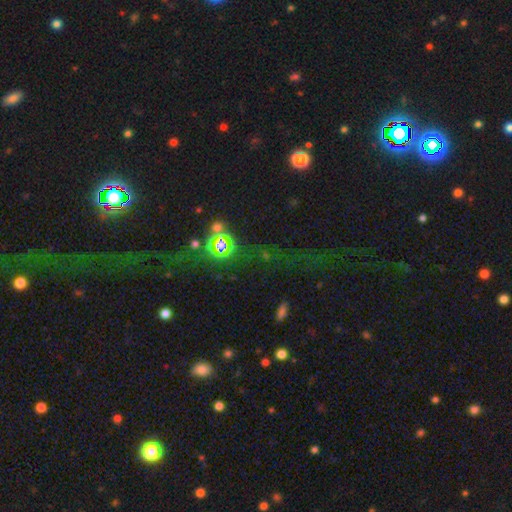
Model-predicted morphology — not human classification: Smooth or featured? Predicted: star or artifact (p=0.62).